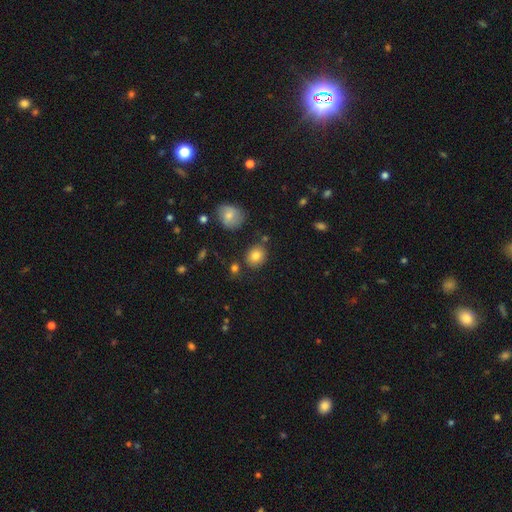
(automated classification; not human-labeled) Smooth or featured? Predicted: smooth (p=0.81). How rounded? Predicted: round (p=0.64). Merging? Predicted: none (p=0.80).